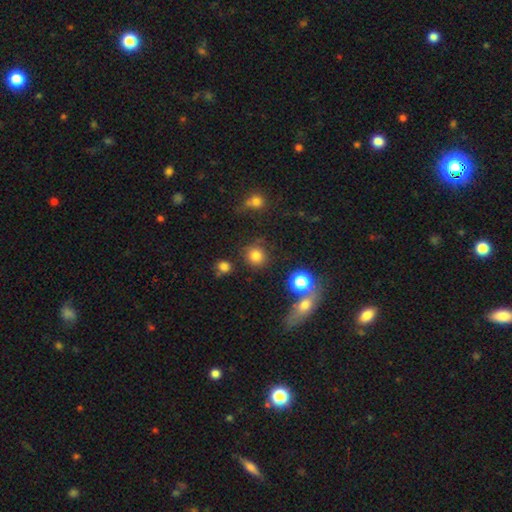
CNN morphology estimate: Smooth or featured?
  - smooth: 79% *
  - star or artifact: 15%
  - featured or disk: 6%
How rounded?
  - round: 91% *
  - in between: 8%
  - cigar-shaped: 1%
Merging?
  - none: 81% *
  - minor disturbance: 10%
  - merger: 5%
  - major disturbance: 4%